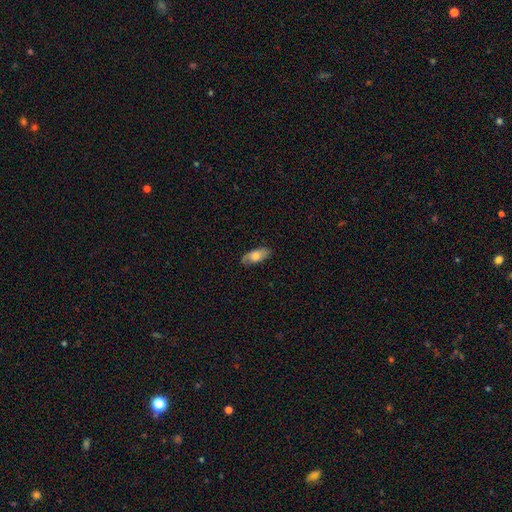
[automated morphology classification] smooth_or_featured: smooth (p=0.66) [alt: featured or disk p=0.27]
how_rounded: in between (p=0.83) [alt: cigar-shaped p=0.14]
merging: none (p=0.79) [alt: minor disturbance p=0.16]